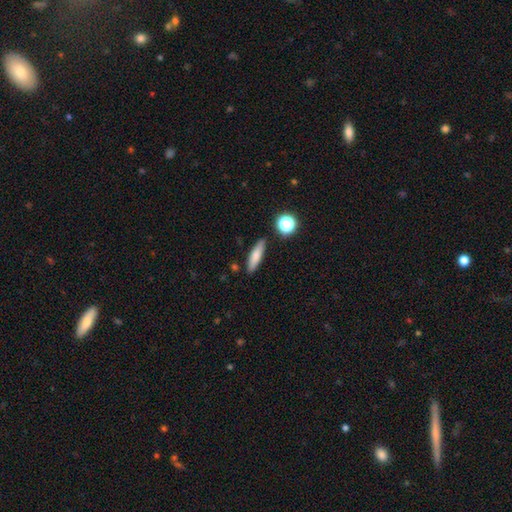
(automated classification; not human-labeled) Smooth or featured: smooth — 77% (featured or disk — 15%)
How rounded: cigar-shaped — 66% (in between — 30%)
Merging: none — 85% (minor disturbance — 10%)